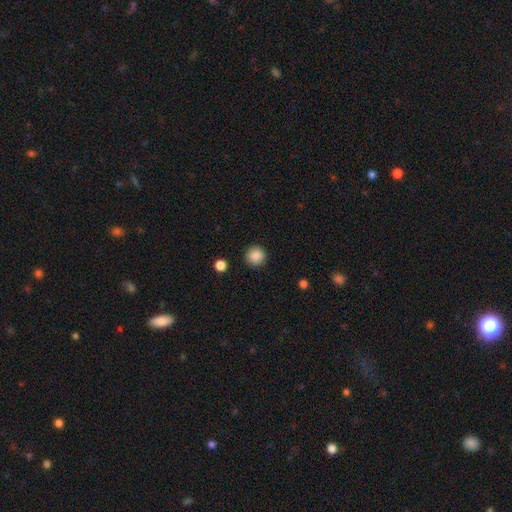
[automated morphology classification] Overall: smooth (87%). How rounded: round (95%). Merging: none (92%).